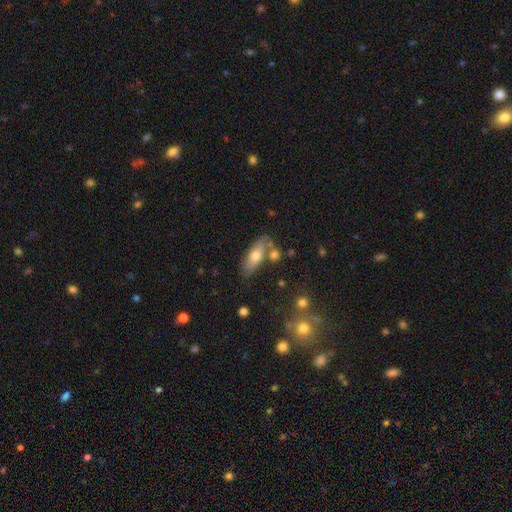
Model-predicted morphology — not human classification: A smooth galaxy with no disk features (67%) that is in between round and cigar-shaped (71%). Merging: none (68%).